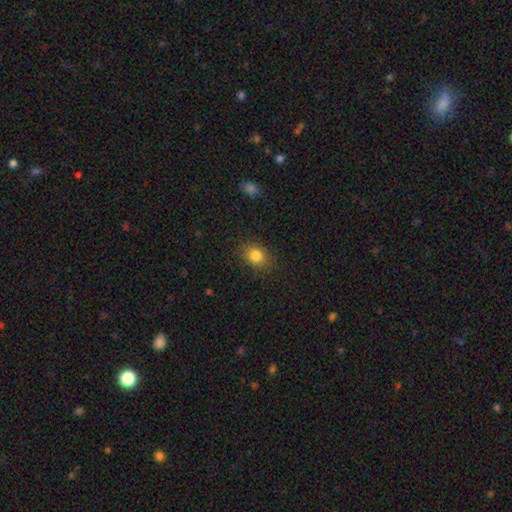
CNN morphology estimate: Smooth or featured: smooth — 83% (star or artifact — 11%)
How rounded: round — 54% (in between — 45%)
Merging: none — 84% (minor disturbance — 11%)